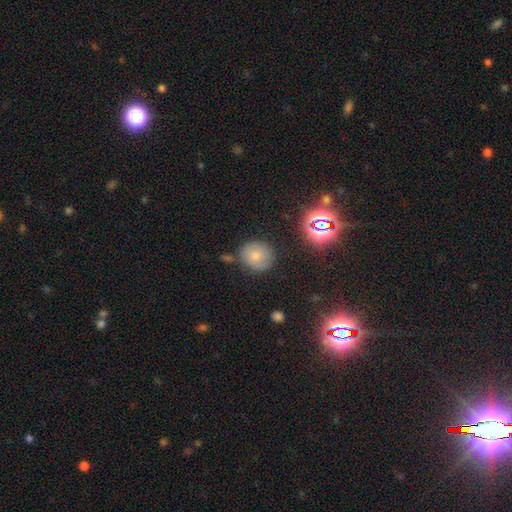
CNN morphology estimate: A smooth galaxy with no disk features (70%) that is round (80%). Merging: none (69%).